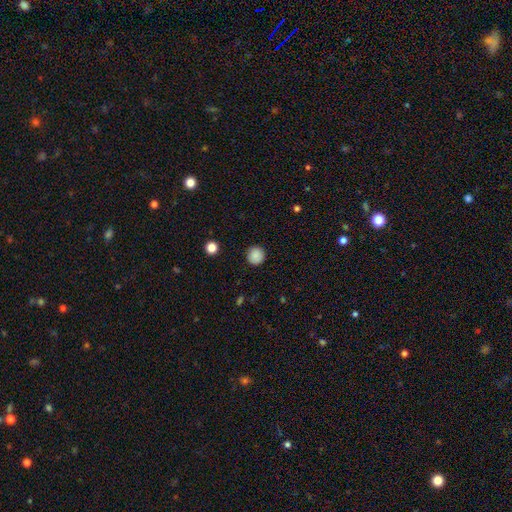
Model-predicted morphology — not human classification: The model was most divided on "smooth or featured": smooth: 88%, star or artifact: 9%, featured or disk: 3%. More confident: how rounded — round (95%); merging — none (91%).